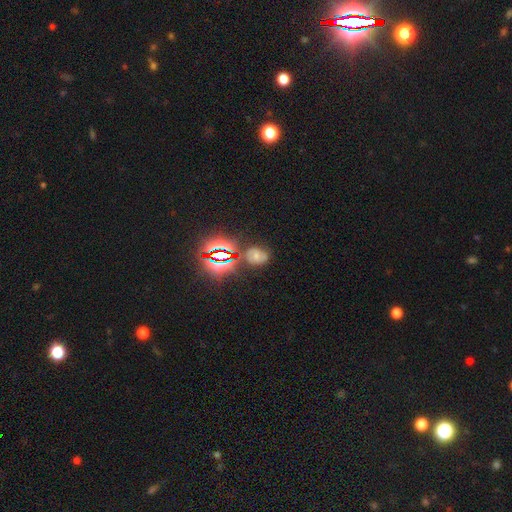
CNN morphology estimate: This is marginally a smooth galaxy (36%). Merging: likely none (66%).